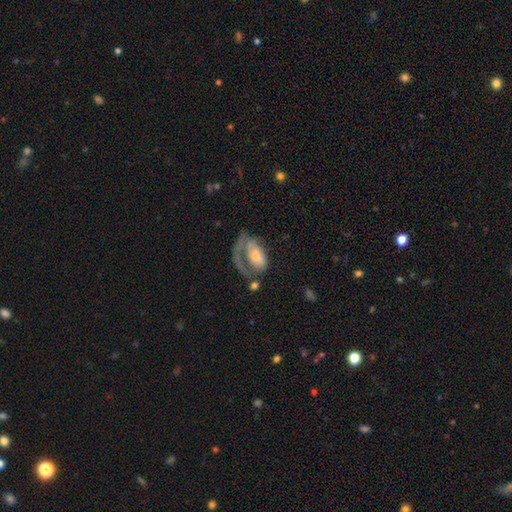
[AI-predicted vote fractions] Smooth or featured?
  - featured or disk: 61% *
  - smooth: 31%
  - star or artifact: 7%
Edge-on disk?
  - no: 94% *
  - yes: 6%
Bar?
  - no: 64% *
  - weak: 26%
  - strong: 10%
Spiral arms?
  - yes: 61% *
  - no: 39%
Bulge size?
  - moderate: 45% *
  - small: 40%
  - large: 9%
  - none: 4%
  - dominant: 2%
Merging?
  - major disturbance: 45% *
  - none: 31%
  - minor disturbance: 17%
  - merger: 7%